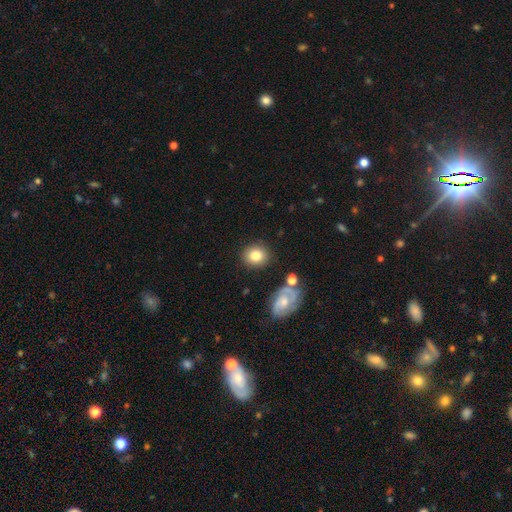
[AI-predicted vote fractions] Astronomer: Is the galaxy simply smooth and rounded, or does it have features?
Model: smooth — 79%.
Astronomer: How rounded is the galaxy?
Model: round — 75%.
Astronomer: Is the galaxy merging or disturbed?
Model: none — 82%.